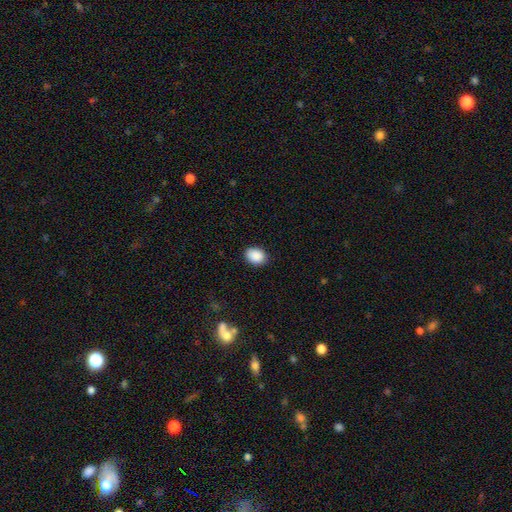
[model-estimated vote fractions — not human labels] A smooth galaxy with no disk features (90%) that is in between round and cigar-shaped (67%). Merging: none (88%).